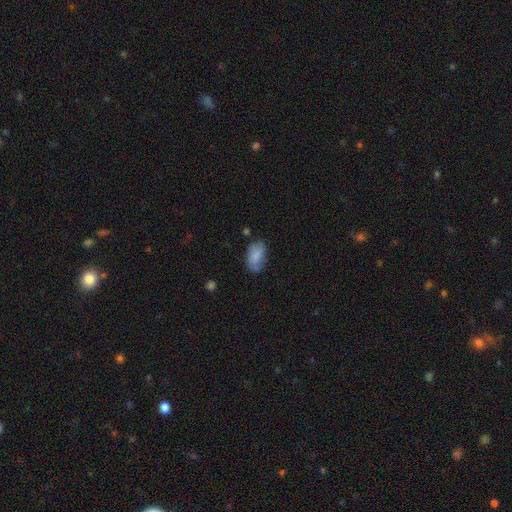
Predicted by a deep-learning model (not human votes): Overall: smooth (82%). How rounded: in between (92%). Merging: none (66%).